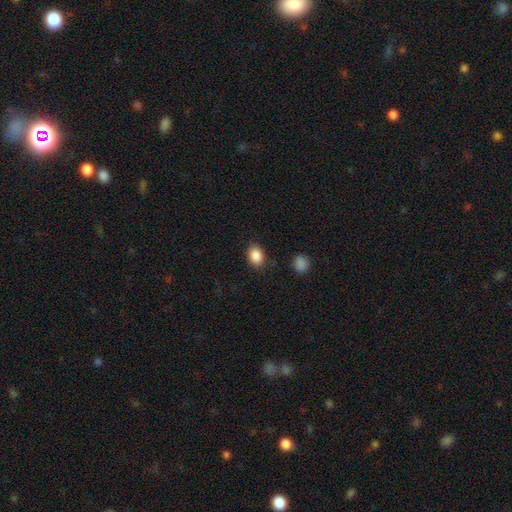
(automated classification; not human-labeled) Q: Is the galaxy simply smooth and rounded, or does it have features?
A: smooth — 87%.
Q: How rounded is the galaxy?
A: in between — 67%.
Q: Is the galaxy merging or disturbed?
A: none — 85%.